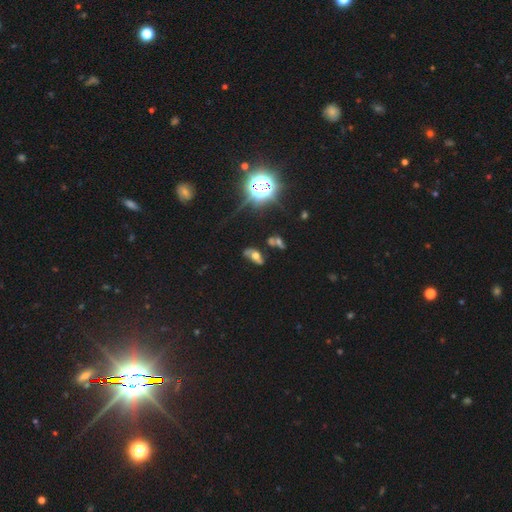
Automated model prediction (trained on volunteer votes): A star or artifact, not a galaxy (75%).

Vote fractions:
- Smooth or featured? star or artifact: 75% / smooth: 15% / featured or disk: 10%